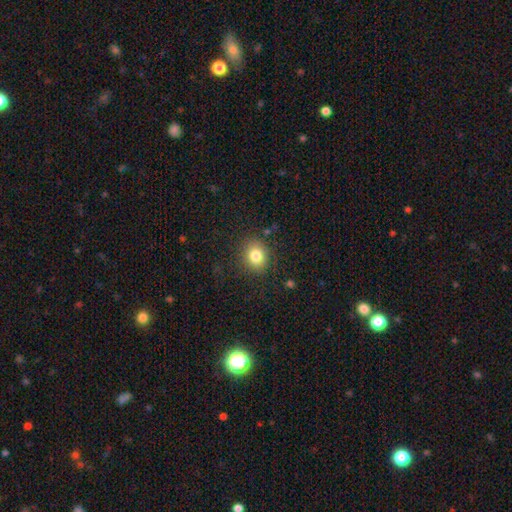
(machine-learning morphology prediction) Smooth or featured: smooth — 82% (star or artifact — 11%)
How rounded: round — 63% (in between — 36%)
Merging: none — 85% (minor disturbance — 10%)